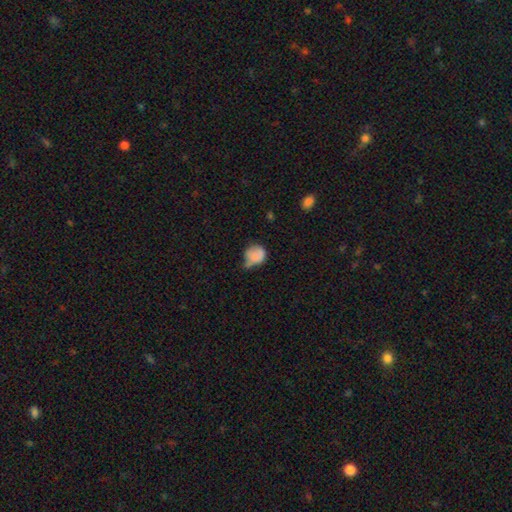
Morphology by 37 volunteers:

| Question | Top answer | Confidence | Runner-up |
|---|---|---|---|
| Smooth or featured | smooth | 78% | featured or disk (19%) |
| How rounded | round | 90% | in between (10%) |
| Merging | minor disturbance | 42% | major disturbance (25%) |